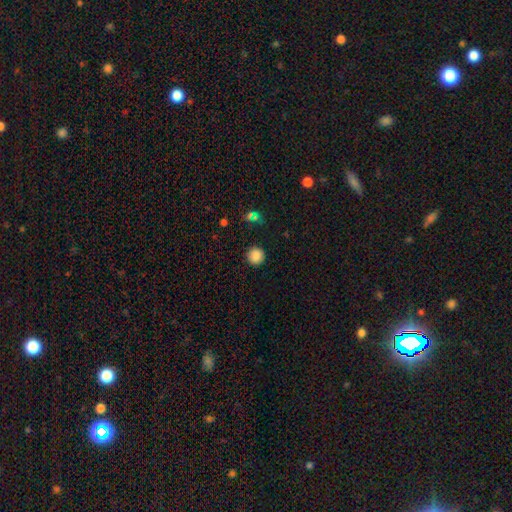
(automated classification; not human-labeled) Morphology: type=smooth (86%); roundness=round (95%); merging=none (91%).